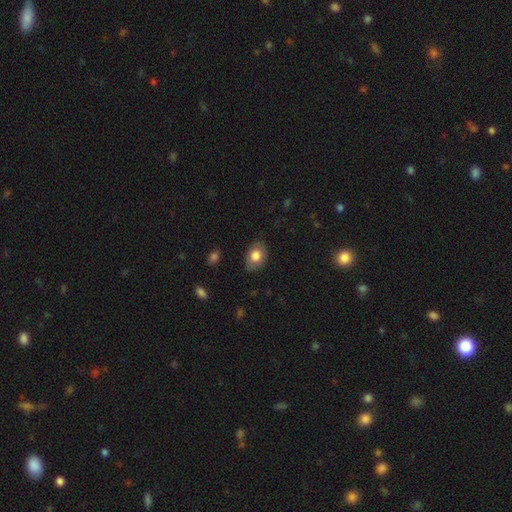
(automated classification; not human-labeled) A smooth galaxy with no disk features (76%) that is in between round and cigar-shaped (79%). Merging: none (79%).